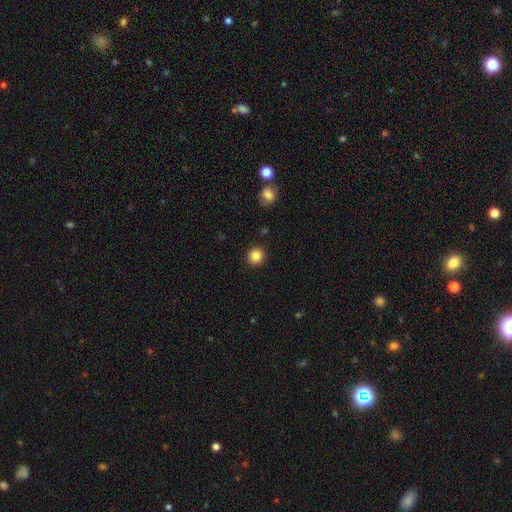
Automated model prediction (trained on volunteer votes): A smooth galaxy with no disk features (85%) that is round (91%).

Vote fractions:
- Smooth or featured? smooth: 85% / star or artifact: 11% / featured or disk: 4%
- How rounded? round: 91% / in between: 8% / cigar-shaped: 1%
- Merging? none: 91% / minor disturbance: 6% / major disturbance: 2% / merger: 1%